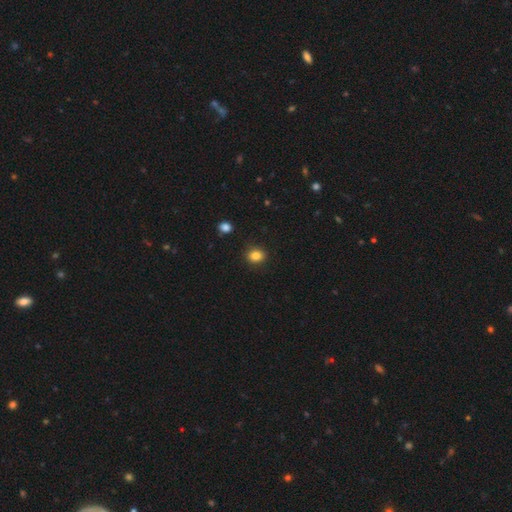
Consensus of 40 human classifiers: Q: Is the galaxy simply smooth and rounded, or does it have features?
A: smooth — 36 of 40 (90%).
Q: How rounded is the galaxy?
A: round — 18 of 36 (50%, tied with in between).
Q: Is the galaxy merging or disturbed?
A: none — 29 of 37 (78%).